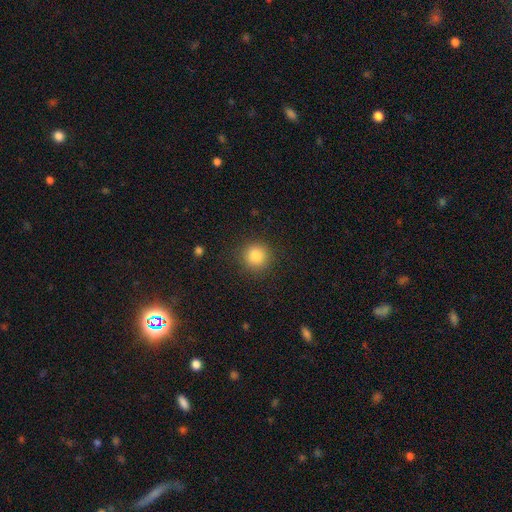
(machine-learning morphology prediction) smooth 84%, star or artifact 11%, featured or disk 6%. Down the decision tree: how rounded — round (93%); merging — none (89%).